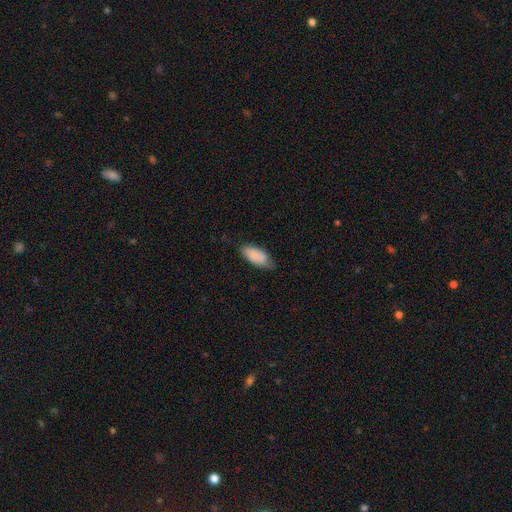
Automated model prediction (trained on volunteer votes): A smooth galaxy with no disk features (83%) that is in between round and cigar-shaped (89%).

Vote fractions:
- Smooth or featured? smooth: 83% / featured or disk: 11% / star or artifact: 6%
- How rounded? in between: 89% / cigar-shaped: 9% / round: 2%
- Merging? none: 68% / minor disturbance: 26% / major disturbance: 5% / merger: 1%